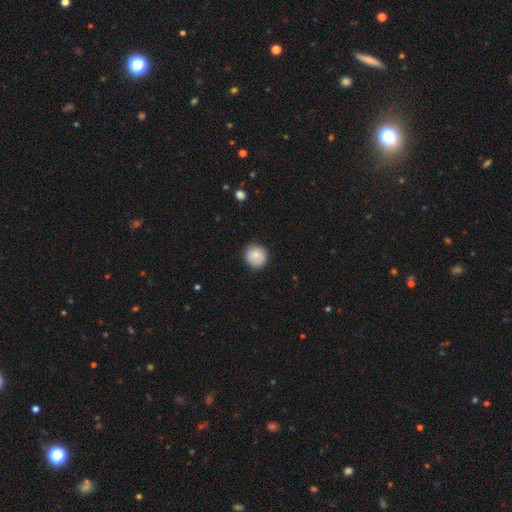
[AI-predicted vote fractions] Morphology: type=smooth (77%); roundness=round (91%); merging=none (82%).